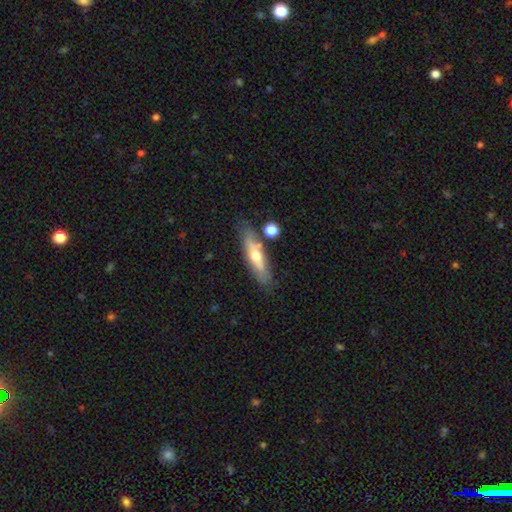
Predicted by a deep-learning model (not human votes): smooth-or-featured: smooth: 49% | featured or disk: 44% | star or artifact: 7%
  merging: none: 73% | minor disturbance: 15% | merger: 8% | major disturbance: 4%